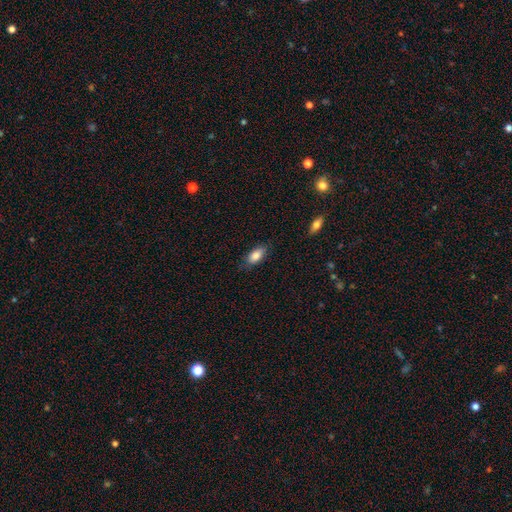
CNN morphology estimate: smooth 84%, featured or disk 9%, star or artifact 7%. Down the decision tree: how rounded — in between (88%); merging — none (80%).